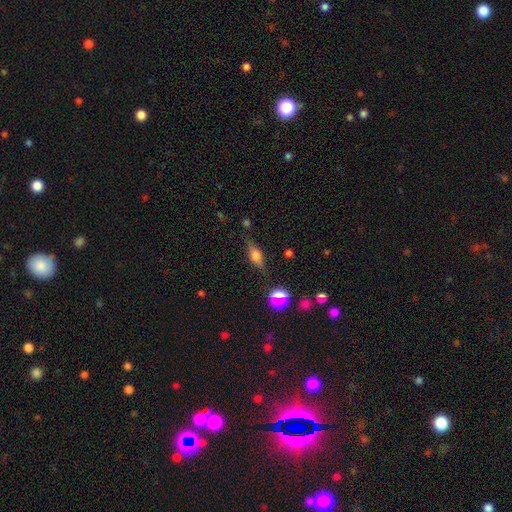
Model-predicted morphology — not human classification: featured or disk 44%, smooth 43%, star or artifact 13%. Down the decision tree: merging — none (79%).